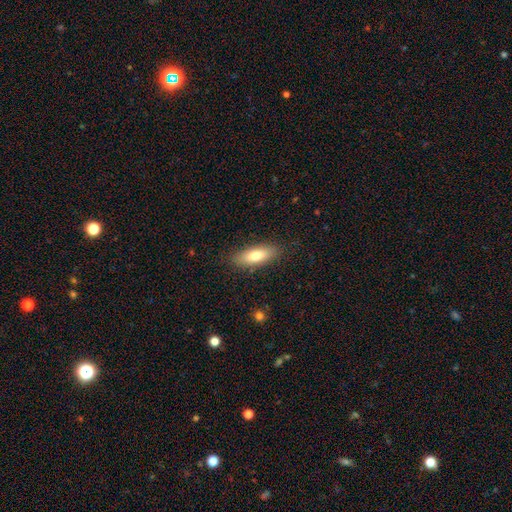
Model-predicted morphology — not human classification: Smooth or featured? smooth (74%)
How rounded? in between (66%)
Merging? none (86%)